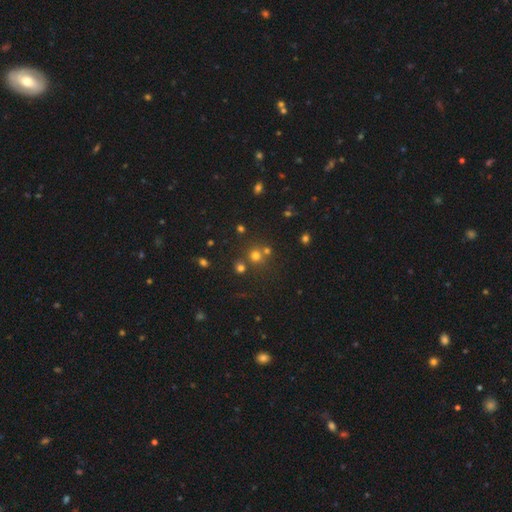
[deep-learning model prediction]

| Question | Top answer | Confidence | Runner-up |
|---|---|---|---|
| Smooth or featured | smooth | 64% | star or artifact (27%) |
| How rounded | round | 90% | in between (10%) |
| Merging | none | 65% | merger (23%) |